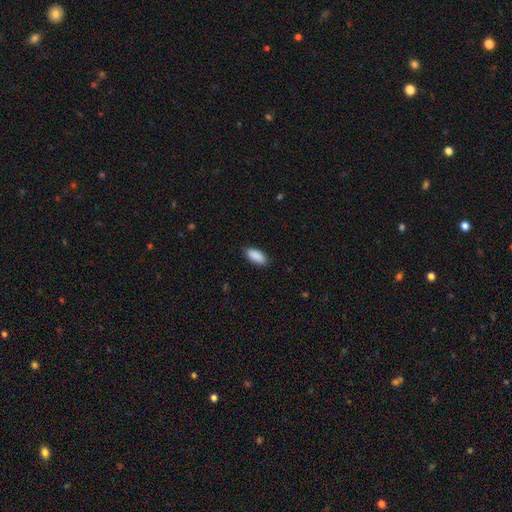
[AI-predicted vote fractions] Smooth or featured? smooth (90%)
How rounded? in between (85%)
Merging? none (86%)